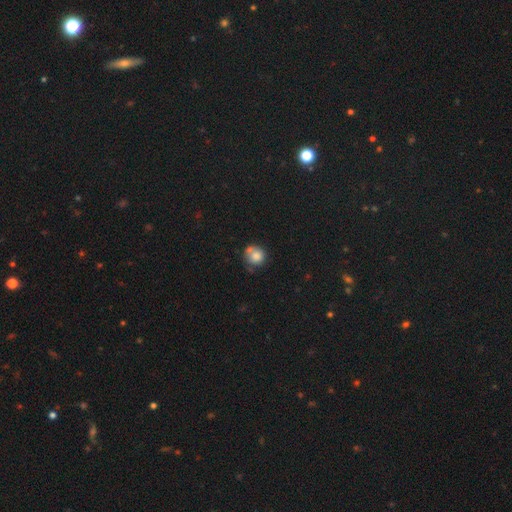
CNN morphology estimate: A smooth galaxy with no disk features (79%) that is round (87%).

Vote fractions:
- Smooth or featured? smooth: 79% / featured or disk: 13% / star or artifact: 9%
- How rounded? round: 87% / in between: 12% / cigar-shaped: 1%
- Merging? none: 51% / minor disturbance: 23% / merger: 18% / major disturbance: 8%